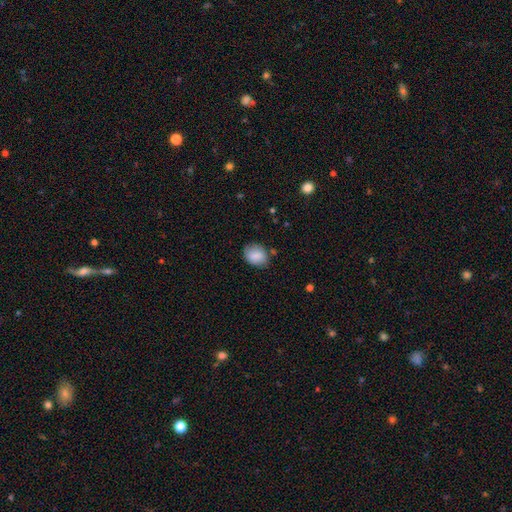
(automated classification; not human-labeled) A smooth galaxy with no disk features (84%) that is in between round and cigar-shaped (59%). Merging: none (72%).